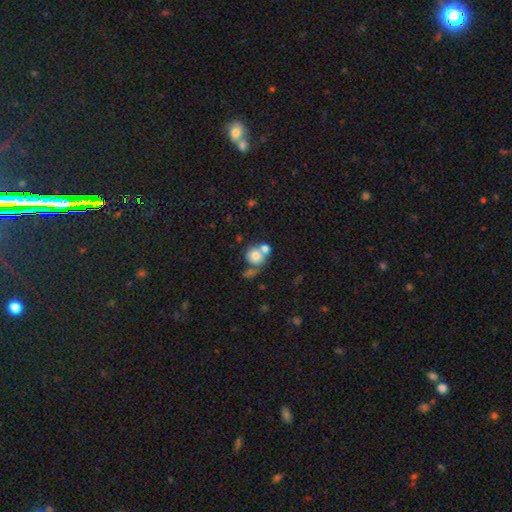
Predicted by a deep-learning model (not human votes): Smooth or featured? Predicted: smooth (p=0.75). How rounded? Predicted: round (p=0.82). Merging? Predicted: merger (p=0.46).